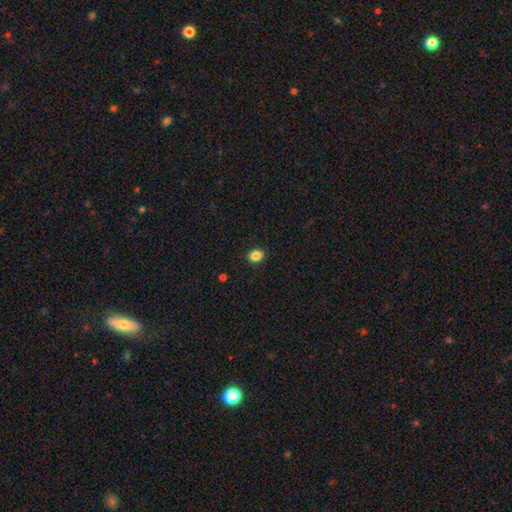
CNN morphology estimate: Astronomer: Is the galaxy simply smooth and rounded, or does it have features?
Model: smooth — 86%.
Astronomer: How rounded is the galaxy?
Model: in between — 61% (runner-up: round, 38%).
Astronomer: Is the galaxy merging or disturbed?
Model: none — 90%.